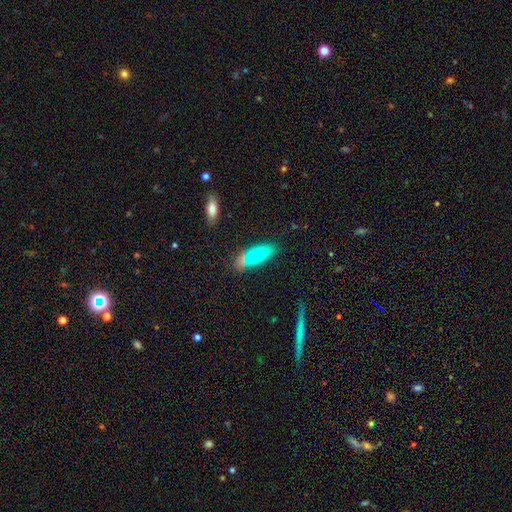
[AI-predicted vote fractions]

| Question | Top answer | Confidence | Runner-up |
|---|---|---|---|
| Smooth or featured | smooth | 69% | featured or disk (22%) |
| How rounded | in between | 76% | cigar-shaped (20%) |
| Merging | none | 66% | minor disturbance (15%) |